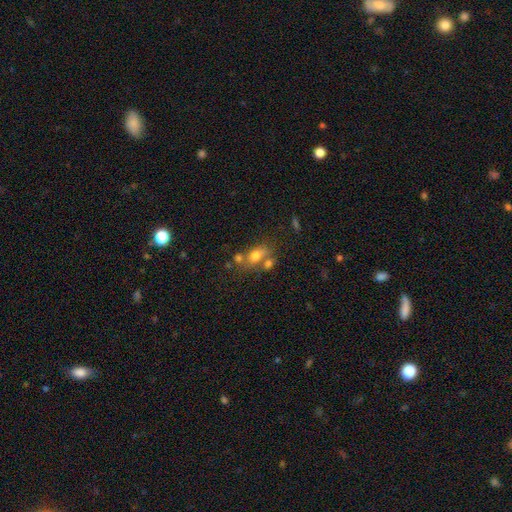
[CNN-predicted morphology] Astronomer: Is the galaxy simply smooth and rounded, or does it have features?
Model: smooth — 70%.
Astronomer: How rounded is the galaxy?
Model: in between — 73%.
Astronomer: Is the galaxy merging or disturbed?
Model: none — 44% (runner-up: merger, 33%).